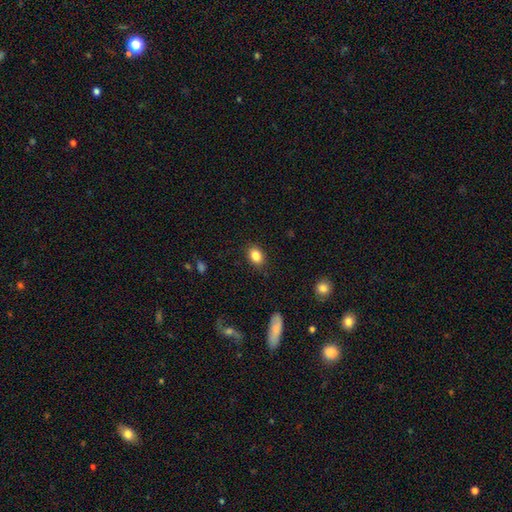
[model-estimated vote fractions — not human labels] smooth_or_featured: smooth (p=0.85) [alt: star or artifact p=0.09]
how_rounded: in between (p=0.69) [alt: round p=0.30]
merging: none (p=0.87) [alt: minor disturbance p=0.09]